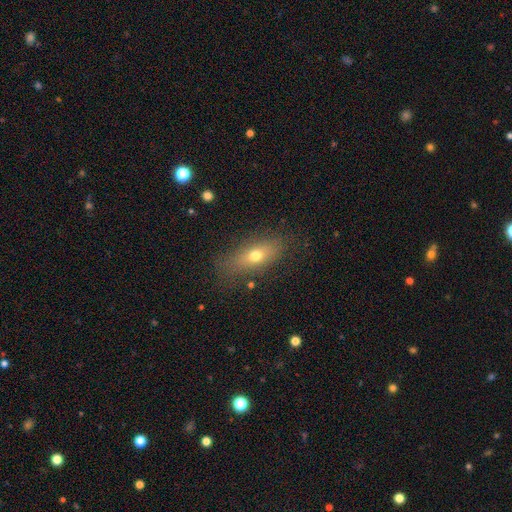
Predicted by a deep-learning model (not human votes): Smooth or featured? Predicted: smooth (p=0.65). How rounded? Predicted: in between (p=0.70). Merging? Predicted: none (p=0.78).